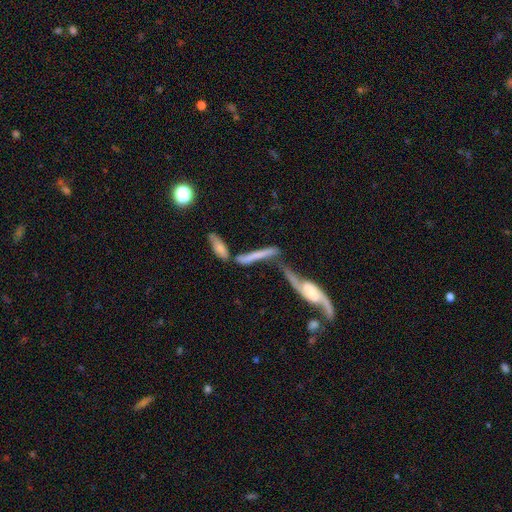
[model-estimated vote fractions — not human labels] smooth-or-featured: featured or disk: 50% | smooth: 40% | star or artifact: 10%
  disk-edge-on: yes: 56% | no: 44%
  merging: merger: 47% | none: 30% | minor disturbance: 13% | major disturbance: 11%